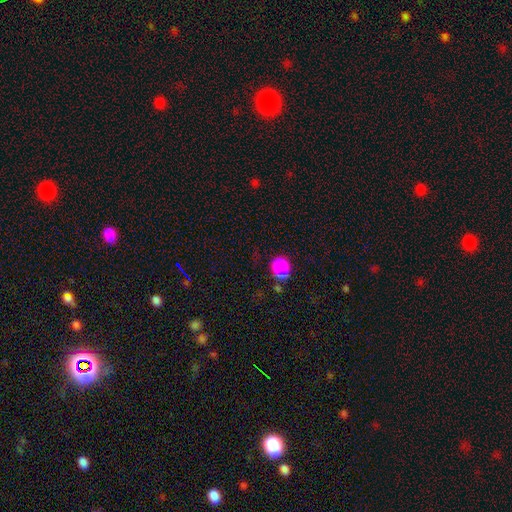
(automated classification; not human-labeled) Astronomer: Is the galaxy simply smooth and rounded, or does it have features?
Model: smooth — 72%.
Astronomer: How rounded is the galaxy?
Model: round — 84%.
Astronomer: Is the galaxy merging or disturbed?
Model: none — 70%.